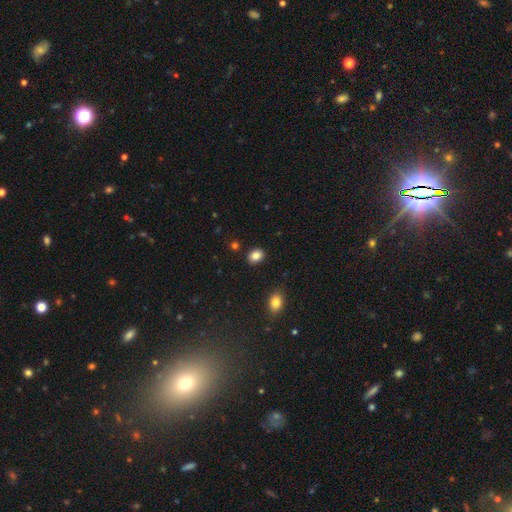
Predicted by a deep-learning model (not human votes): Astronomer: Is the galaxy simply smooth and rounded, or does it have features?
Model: smooth — 86%.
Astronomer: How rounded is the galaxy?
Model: in between — 55% (runner-up: round, 44%).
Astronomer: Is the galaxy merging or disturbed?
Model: none — 87%.